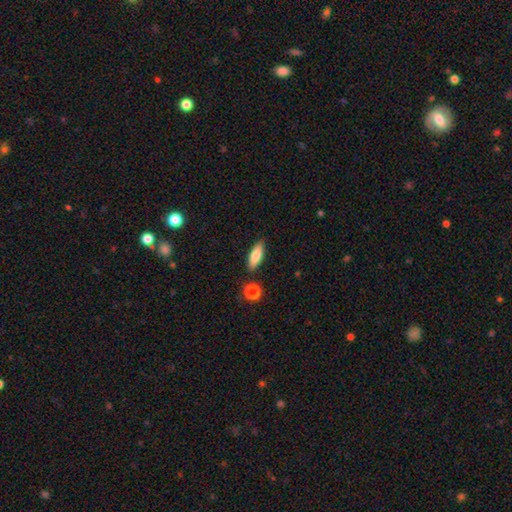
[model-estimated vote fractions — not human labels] Q: Smooth or featured?
A: smooth (80%); runner-up: featured or disk (13%)
Q: How rounded?
A: in between (67%); runner-up: cigar-shaped (30%)
Q: Merging?
A: none (84%); runner-up: minor disturbance (10%)